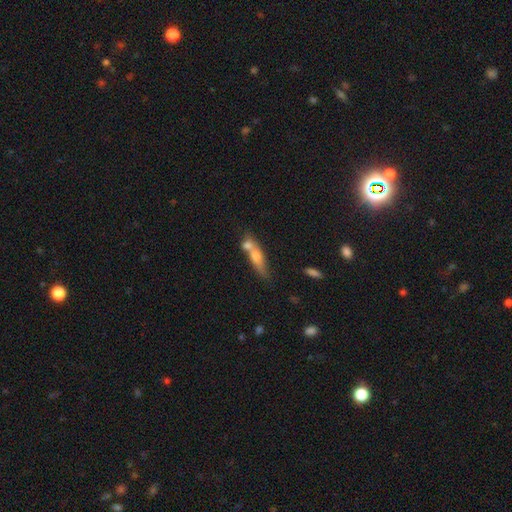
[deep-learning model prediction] Smooth or featured: smooth — 58% (featured or disk — 34%)
How rounded: cigar-shaped — 57% (in between — 37%)
Merging: merger — 52% (none — 30%)